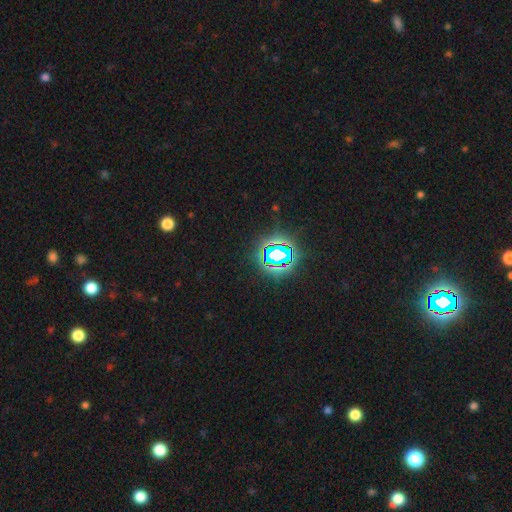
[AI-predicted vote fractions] smooth_or_featured: star or artifact (p=0.81) [alt: smooth p=0.13]